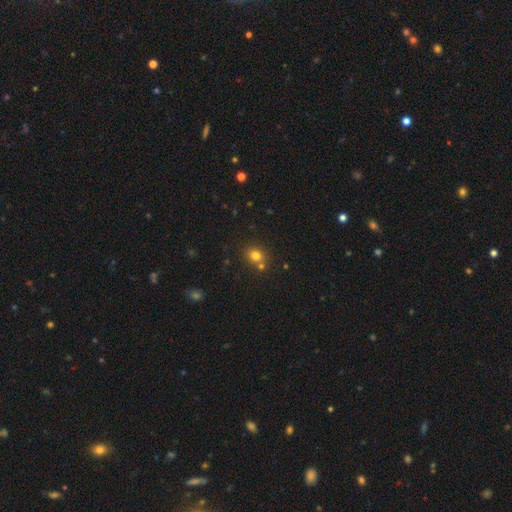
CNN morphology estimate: smooth-or-featured: smooth: 76% | star or artifact: 15% | featured or disk: 8%
  how-rounded: round: 70% | in between: 29% | cigar-shaped: 1%
  merging: none: 70% | merger: 17% | minor disturbance: 10% | major disturbance: 3%